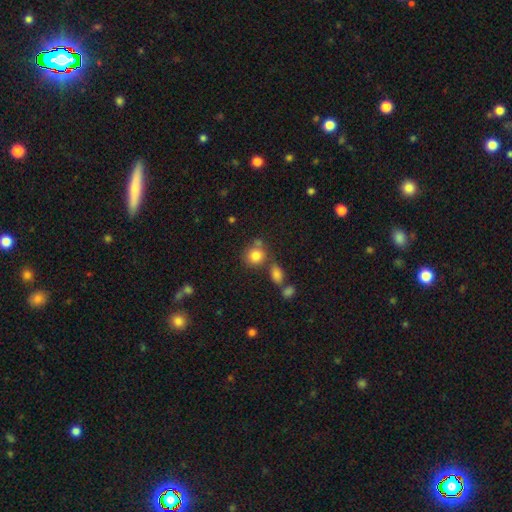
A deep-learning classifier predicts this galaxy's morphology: Smooth or featured? smooth (82%)
How rounded? round (81%)
Merging? none (63%)